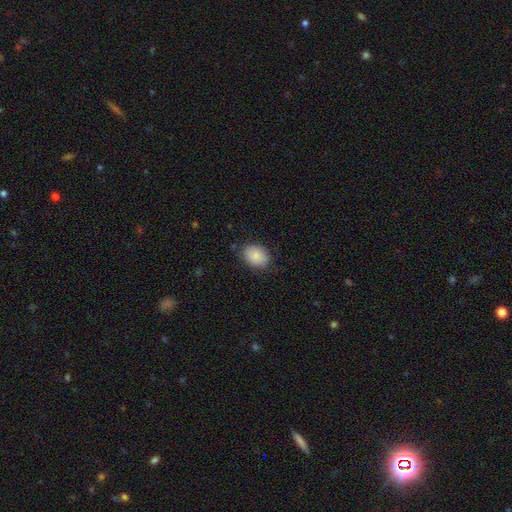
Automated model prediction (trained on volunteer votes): Smooth or featured? smooth (88%)
How rounded? in between (69%)
Merging? none (82%)